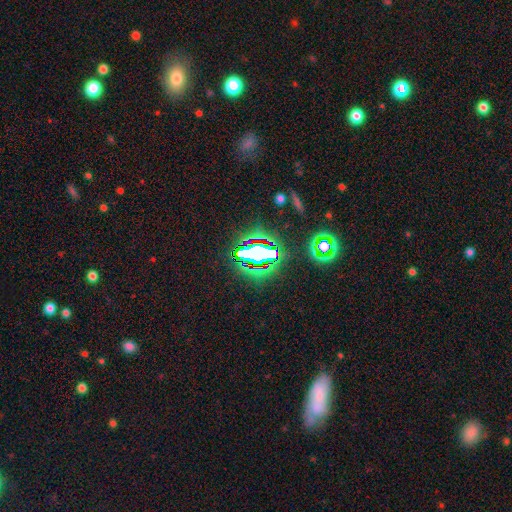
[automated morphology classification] A star or artifact, not a galaxy (57%).